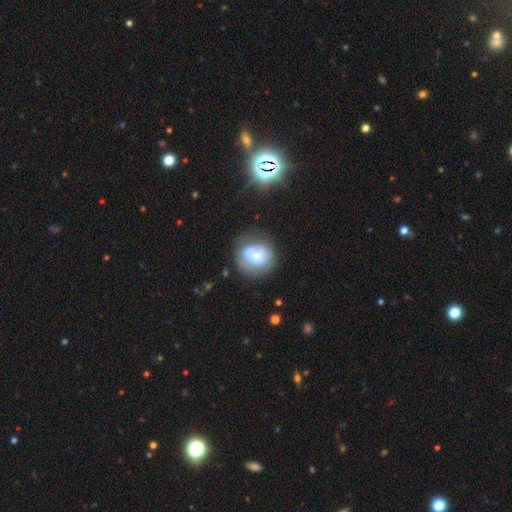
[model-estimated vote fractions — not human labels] The model was most divided on "smooth or featured": smooth: 58%, featured or disk: 34%, star or artifact: 9%. More confident: how rounded — round (78%); merging — none (57%).